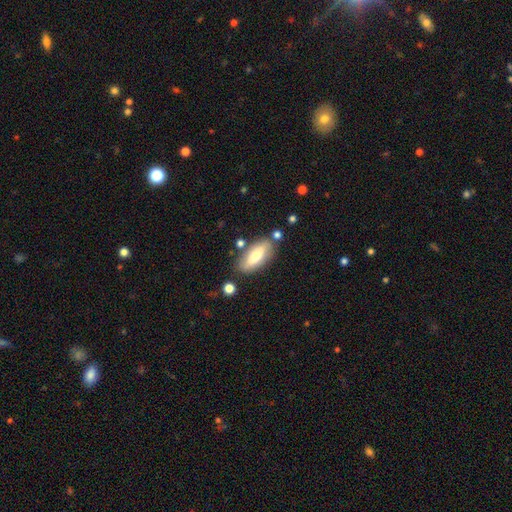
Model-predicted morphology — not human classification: Smooth or featured? Predicted: smooth (p=0.67). How rounded? Predicted: in between (p=0.74). Merging? Predicted: none (p=0.77).